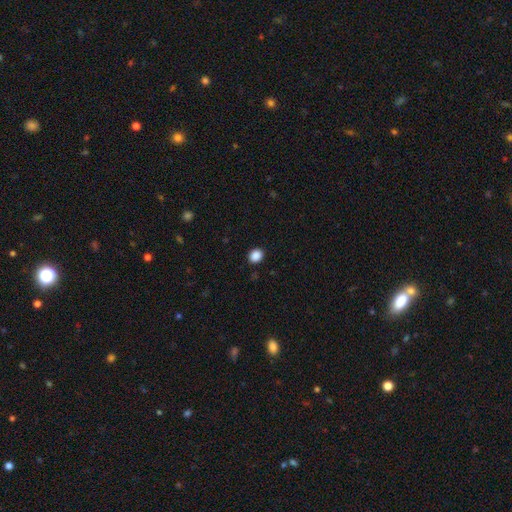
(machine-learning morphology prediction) This appears to be a smooth galaxy with no disk features (88%) that is round (63%). Merging: none (91%).